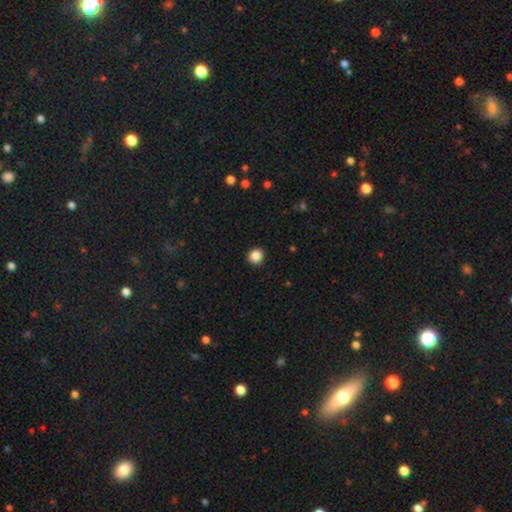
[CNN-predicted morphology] smooth_or_featured: smooth (p=0.87) [alt: star or artifact p=0.10]
how_rounded: round (p=0.87) [alt: in between p=0.12]
merging: none (p=0.92) [alt: minor disturbance p=0.05]